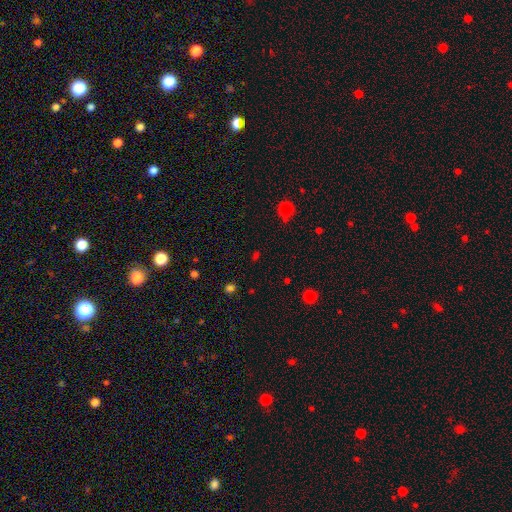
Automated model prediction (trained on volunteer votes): Morphology: type=star or artifact (47%).